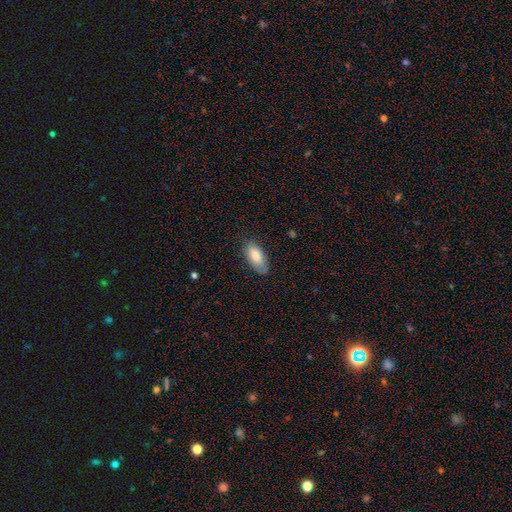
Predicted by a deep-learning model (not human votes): A smooth galaxy with no disk features (81%) that is in between round and cigar-shaped (90%). Merging: none (74%).